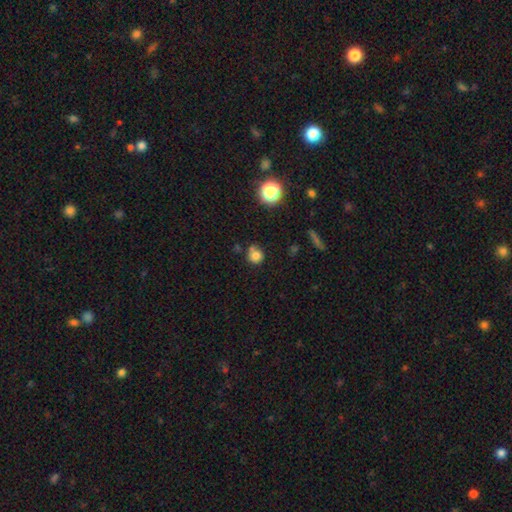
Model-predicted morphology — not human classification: Smooth or featured?
  - smooth: 76% *
  - star or artifact: 14%
  - featured or disk: 10%
How rounded?
  - round: 85% *
  - in between: 14%
  - cigar-shaped: 1%
Merging?
  - none: 57% *
  - minor disturbance: 19%
  - merger: 18%
  - major disturbance: 6%